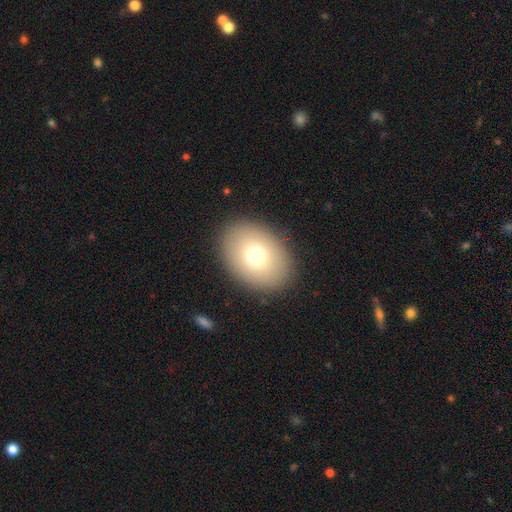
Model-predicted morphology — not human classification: smooth_or_featured: smooth (p=0.74) [alt: featured or disk p=0.17]
how_rounded: in between (p=0.73) [alt: round p=0.26]
merging: none (p=0.90) [alt: minor disturbance p=0.07]